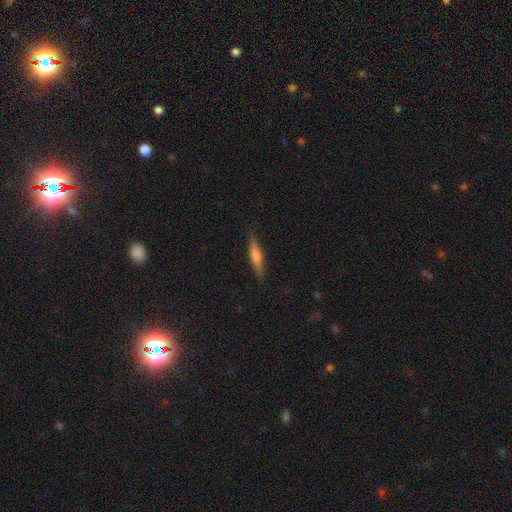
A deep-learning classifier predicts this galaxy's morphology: A smooth galaxy with no disk features (51%) that is cigar-shaped (89%).

Vote fractions:
- Smooth or featured? smooth: 51% / featured or disk: 43% / star or artifact: 6%
- How rounded? cigar-shaped: 89% / in between: 9% / round: 2%
- Merging? none: 88% / minor disturbance: 9% / major disturbance: 2% / merger: 1%